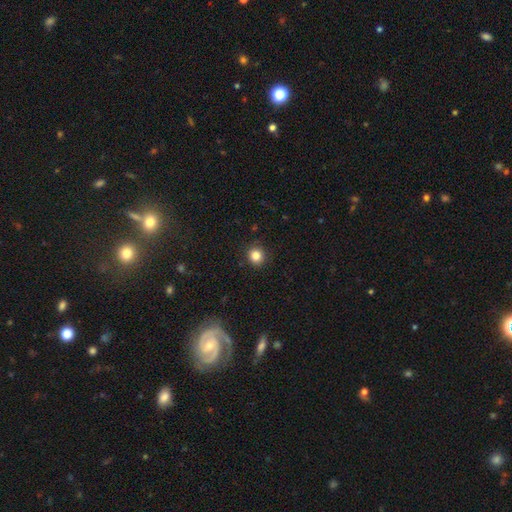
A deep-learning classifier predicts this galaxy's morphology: The model was most divided on "smooth or featured": smooth: 84%, star or artifact: 12%, featured or disk: 5%. More confident: merging — none (91%); how rounded — round (90%).